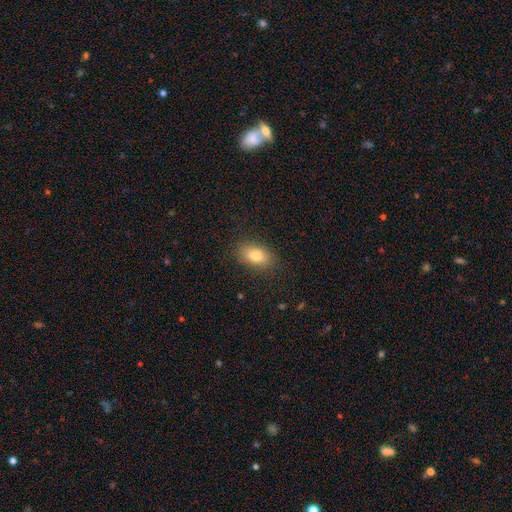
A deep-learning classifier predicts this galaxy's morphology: Smooth or featured? Predicted: smooth (p=0.81). How rounded? Predicted: in between (p=0.86). Merging? Predicted: none (p=0.85).